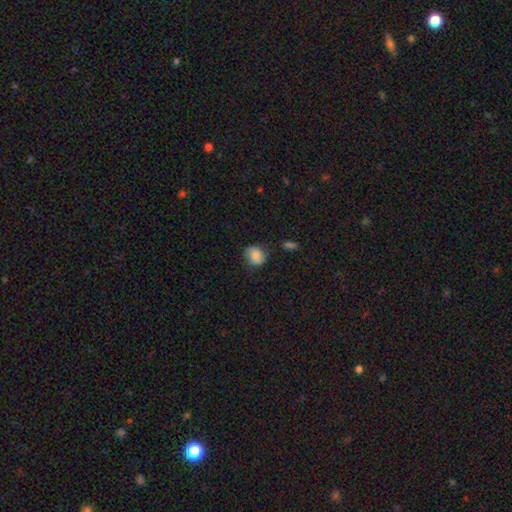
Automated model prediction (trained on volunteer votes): smooth_or_featured: smooth (p=0.81) [alt: featured or disk p=0.11]
how_rounded: round (p=0.60) [alt: in between p=0.39]
merging: none (p=0.64) [alt: minor disturbance p=0.26]